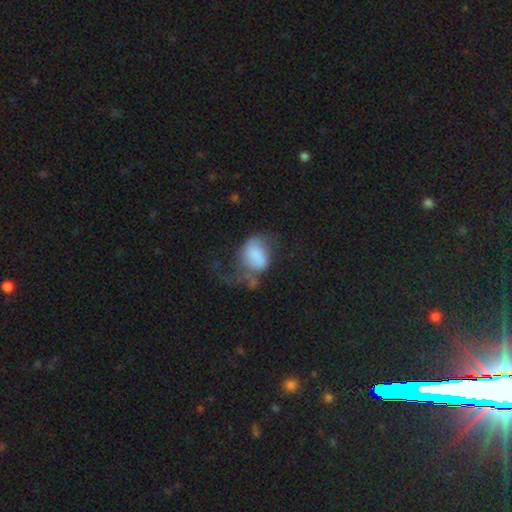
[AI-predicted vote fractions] Smooth or featured? smooth (59%)
How rounded? in between (65%)
Merging? major disturbance (43%)